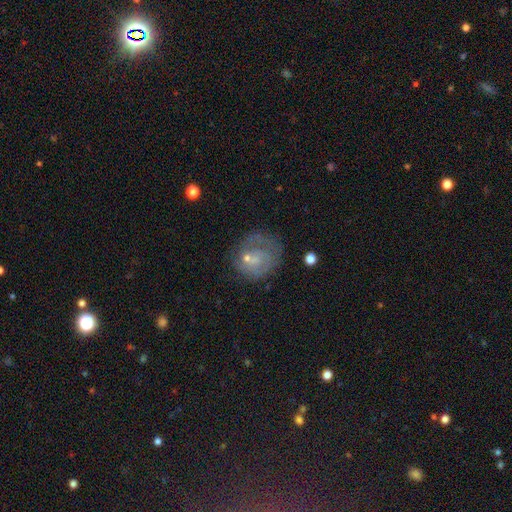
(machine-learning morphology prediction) Q: Smooth or featured?
A: featured or disk (59%); runner-up: smooth (29%)
Q: Edge-on disk?
A: no (97%); runner-up: yes (3%)
Q: Bar?
A: no (65%); runner-up: weak (30%)
Q: Spiral arms?
A: yes (66%); runner-up: no (34%)
Q: Bulge size?
A: small (58%); runner-up: moderate (23%)
Q: Merging?
A: none (56%); runner-up: major disturbance (20%)